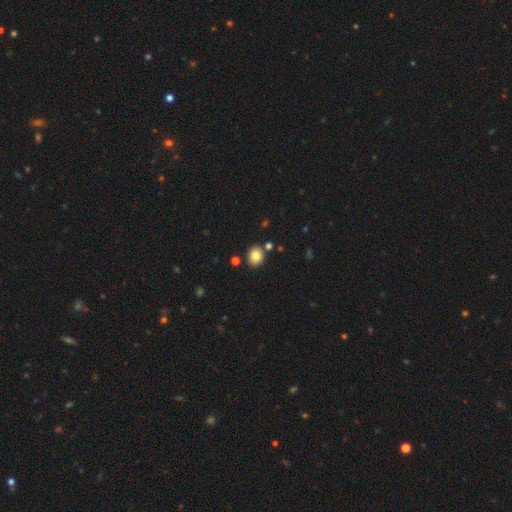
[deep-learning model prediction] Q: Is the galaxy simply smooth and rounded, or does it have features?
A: smooth — 82%.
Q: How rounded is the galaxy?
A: round — 57%.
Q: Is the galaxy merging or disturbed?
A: none — 83%.